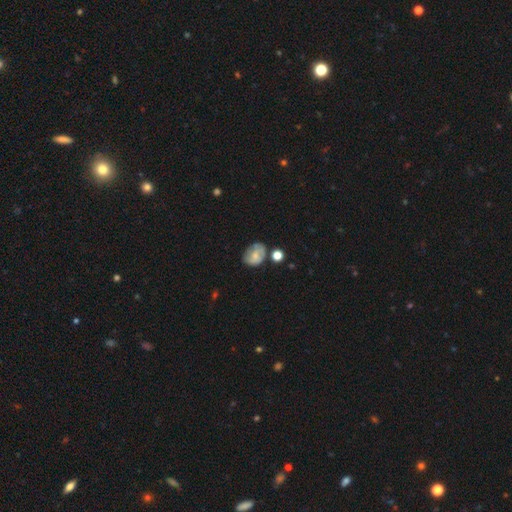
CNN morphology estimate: The model was most divided on "merging": none: 50%, minor disturbance: 29%, major disturbance: 11%, merger: 10%. More confident: how rounded — in between (62%); smooth or featured — smooth (59%).